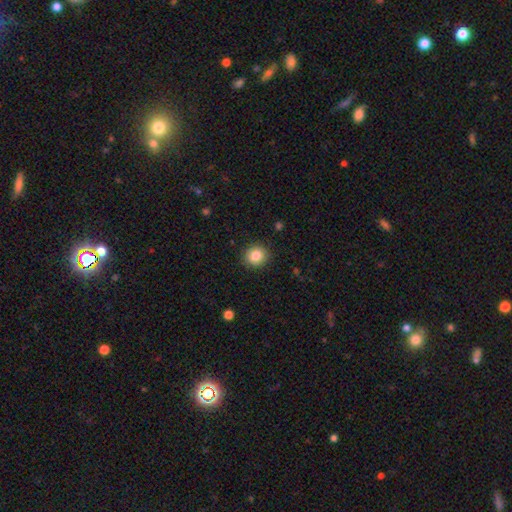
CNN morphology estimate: Overall: smooth (85%). How rounded: round (84%). Merging: none (90%).